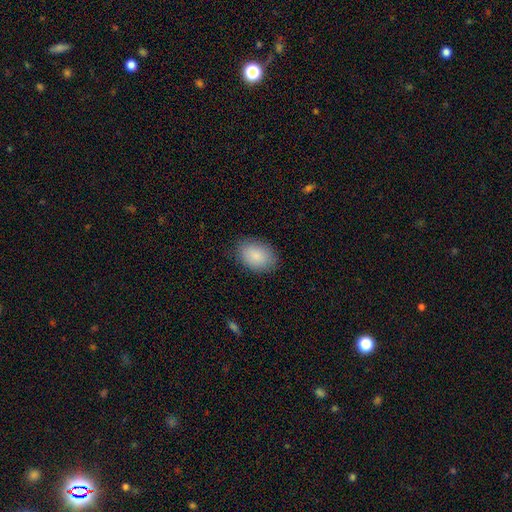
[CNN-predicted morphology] smooth_or_featured: smooth (p=0.88) [alt: star or artifact p=0.07]
how_rounded: in between (p=0.82) [alt: round p=0.17]
merging: none (p=0.85) [alt: minor disturbance p=0.11]